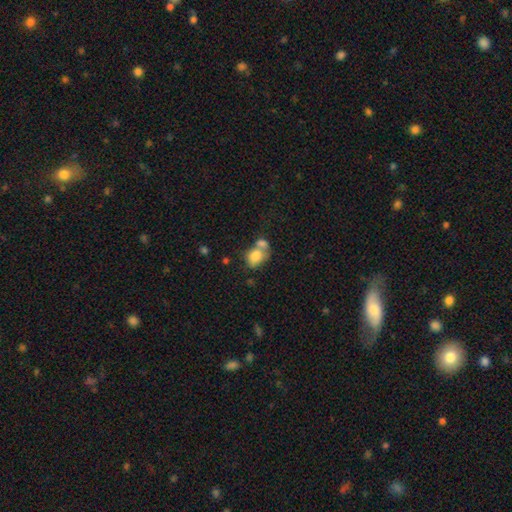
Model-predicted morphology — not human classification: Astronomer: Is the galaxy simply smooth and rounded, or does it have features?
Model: smooth — 79%.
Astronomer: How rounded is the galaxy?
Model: in between — 61% (runner-up: round, 38%).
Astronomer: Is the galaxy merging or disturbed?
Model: merger — 57%.